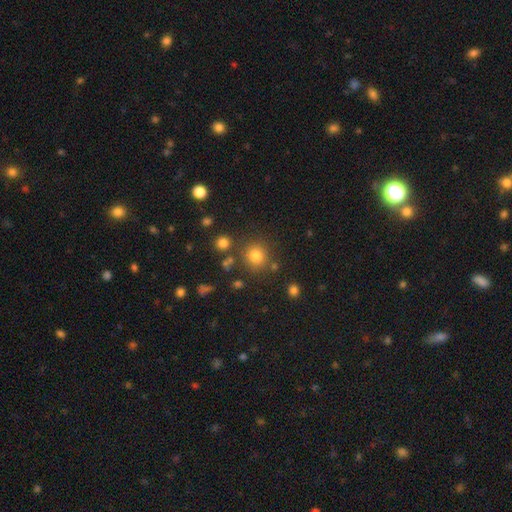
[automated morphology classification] Smooth or featured?
  - smooth: 80% *
  - star or artifact: 14%
  - featured or disk: 6%
How rounded?
  - round: 88% *
  - in between: 11%
  - cigar-shaped: 1%
Merging?
  - none: 80% *
  - minor disturbance: 9%
  - merger: 7%
  - major disturbance: 4%